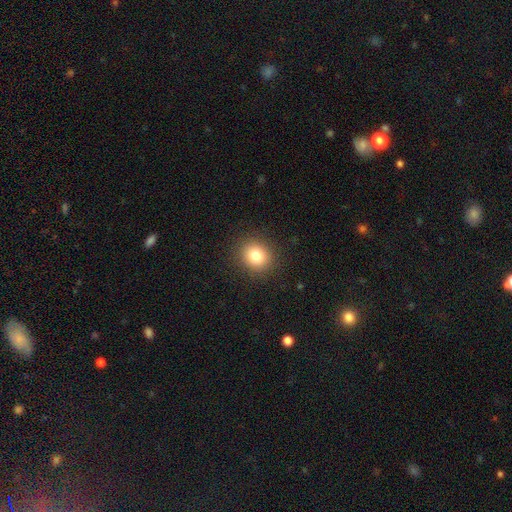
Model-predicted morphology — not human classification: The model was most divided on "how rounded": round: 82%, in between: 17%, cigar-shaped: 1%. More confident: merging — none (90%); smooth or featured — smooth (81%).